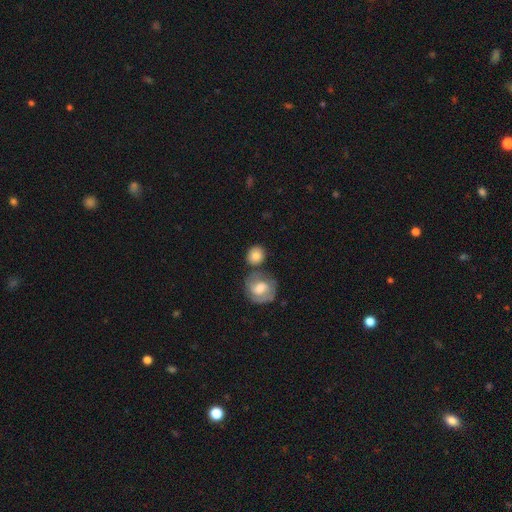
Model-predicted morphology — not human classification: The model was most divided on "merging": none: 62%, merger: 20%, minor disturbance: 13%, major disturbance: 4%. More confident: how rounded — round (81%); smooth or featured — smooth (75%).